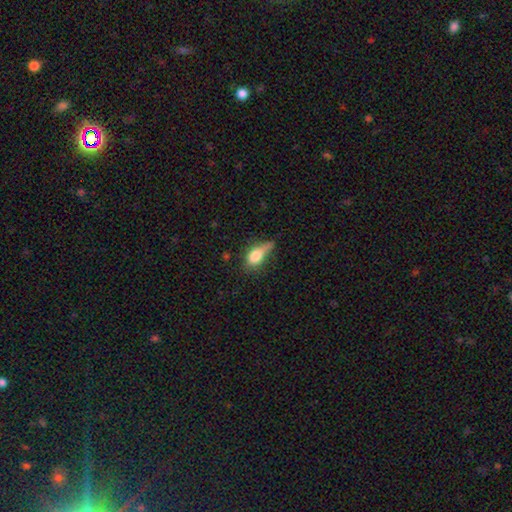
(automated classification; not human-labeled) Overall: smooth (73%). How rounded: in between (73%). Merging: minor disturbance (35%; none 28%).